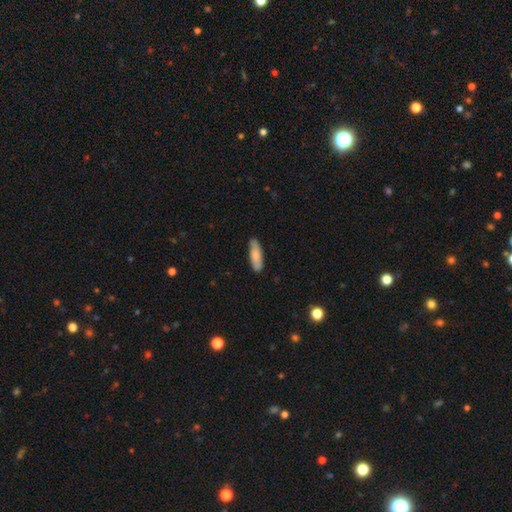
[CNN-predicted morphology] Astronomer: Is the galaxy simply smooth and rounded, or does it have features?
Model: smooth — 78%.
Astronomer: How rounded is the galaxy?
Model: cigar-shaped — 50% (runner-up: in between, 48%).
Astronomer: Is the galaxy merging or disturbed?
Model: none — 81%.